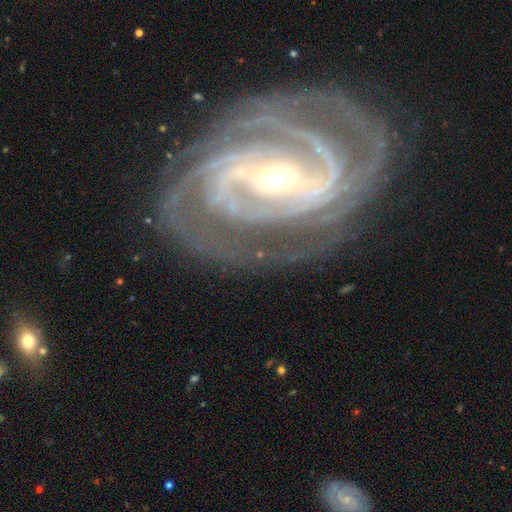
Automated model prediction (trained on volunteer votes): smooth_or_featured: featured or disk (p=0.91) [alt: star or artifact p=0.05]
disk_edge_on: no (p=0.96) [alt: yes p=0.04]
bar: strong (p=0.55) [alt: weak p=0.29]
has_spiral_arms: yes (p=0.98) [alt: no p=0.02]
spiral_winding: tight (p=0.72) [alt: medium p=0.24]
spiral_arm_count: 2 (p=0.27) [alt: 3 p=0.23]
bulge_size: small (p=0.68) [alt: moderate p=0.28]
merging: none (p=0.76) [alt: minor disturbance p=0.15]